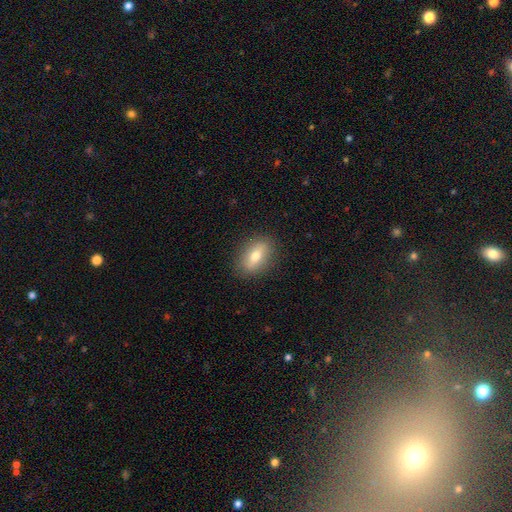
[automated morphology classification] Smooth or featured? Predicted: smooth (p=0.63). How rounded? Predicted: in between (p=0.79). Merging? Predicted: none (p=0.87).